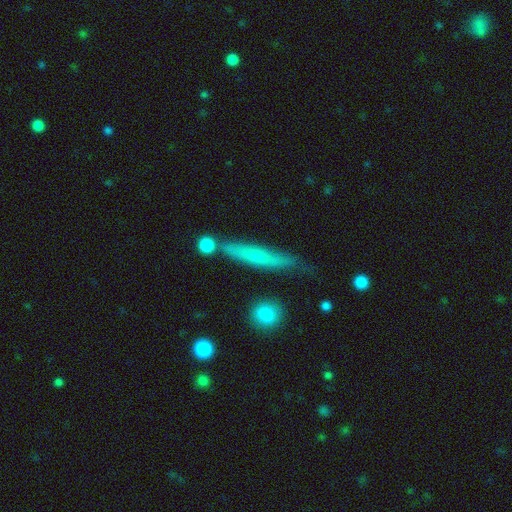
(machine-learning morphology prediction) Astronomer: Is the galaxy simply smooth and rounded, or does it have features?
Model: smooth — 59%.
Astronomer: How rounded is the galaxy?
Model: cigar-shaped — 91%.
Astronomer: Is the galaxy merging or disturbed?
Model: none — 71%.